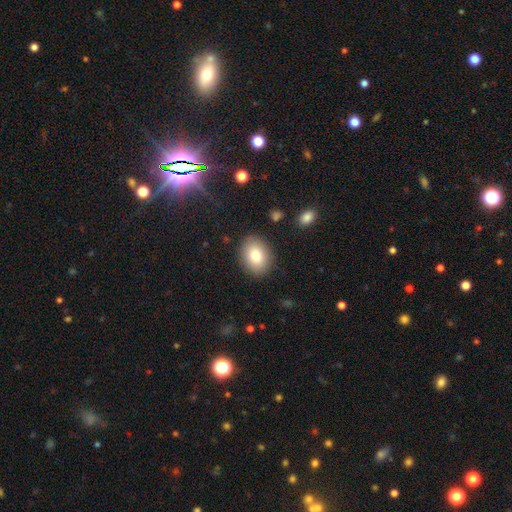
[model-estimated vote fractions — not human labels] A smooth galaxy with no disk features (83%) that is in between round and cigar-shaped (69%). Merging: none (87%).